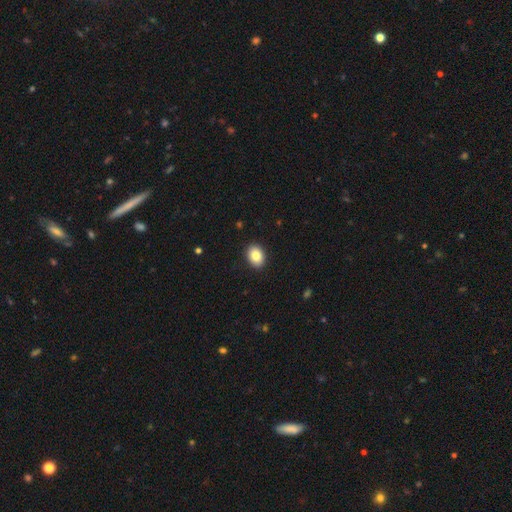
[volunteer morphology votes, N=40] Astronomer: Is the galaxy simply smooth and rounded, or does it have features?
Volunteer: smooth — 88%.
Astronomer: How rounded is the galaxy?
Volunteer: in between — 80%.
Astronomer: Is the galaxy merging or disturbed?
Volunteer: none — 89%.